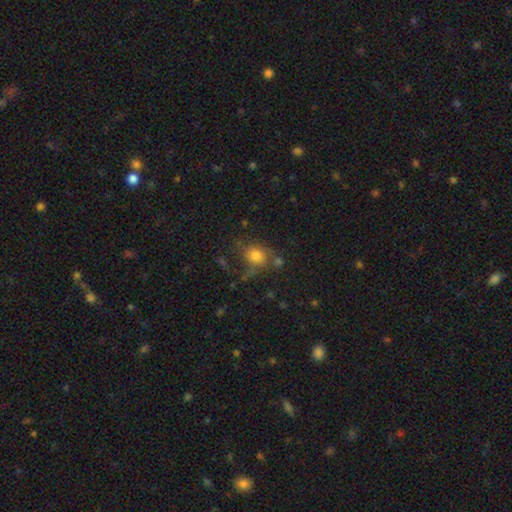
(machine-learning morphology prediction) Overall: smooth (71%). How rounded: round (61%; in between 38%). Merging: none (54%; minor disturbance 21%).